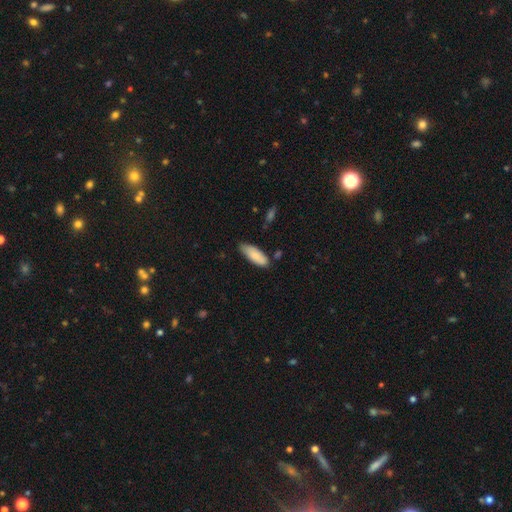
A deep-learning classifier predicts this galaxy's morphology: smooth 85%, featured or disk 9%, star or artifact 6%. Down the decision tree: how rounded — in between (72%); merging — none (72%).